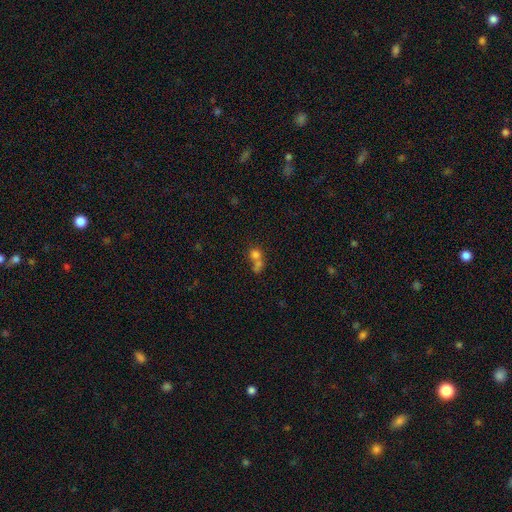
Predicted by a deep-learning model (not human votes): A smooth galaxy with no disk features (71%) that is round (72%). Merging: merger (60%).